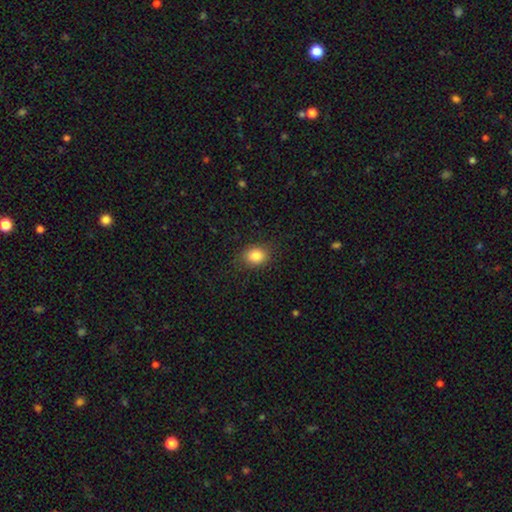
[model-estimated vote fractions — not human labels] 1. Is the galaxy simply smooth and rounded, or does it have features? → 83% smooth, 10% star or artifact, 6% featured or disk.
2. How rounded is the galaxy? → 57% round, 42% in between, 1% cigar-shaped.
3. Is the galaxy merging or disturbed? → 85% none, 11% minor disturbance, 3% major disturbance, 1% merger.